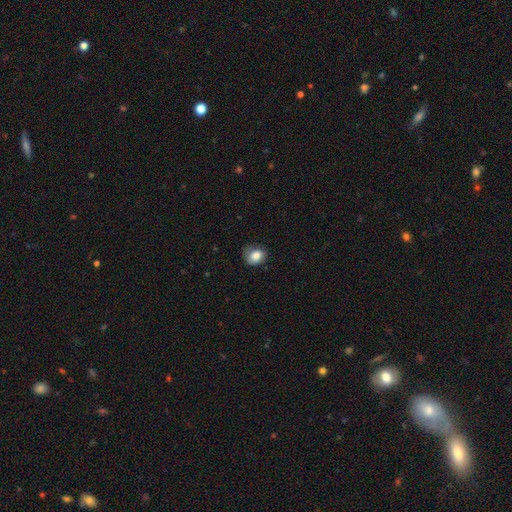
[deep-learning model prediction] Q: Smooth or featured?
A: smooth (83%); runner-up: star or artifact (9%)
Q: How rounded?
A: round (61%); runner-up: in between (38%)
Q: Merging?
A: none (62%); runner-up: minor disturbance (28%)